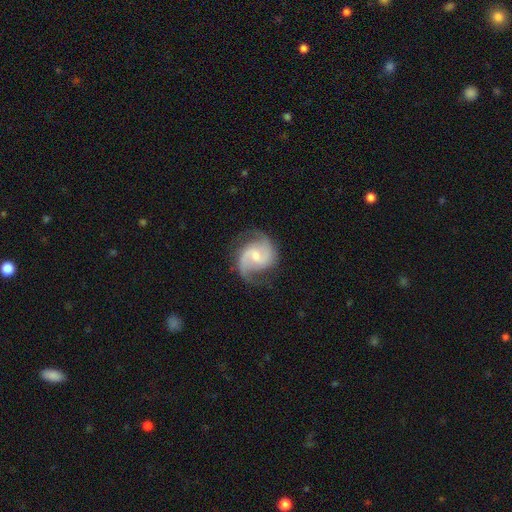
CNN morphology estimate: The model was most divided on "bulge size": small: 46%, moderate: 45%, none: 5%, large: 3%, dominant: 1%. More confident: edge-on disk — no (98%); spiral arms — yes (98%); spiral arm count — 2 (89%); smooth or featured — featured or disk (88%); merging — none (73%); spiral winding — medium (56%); bar — weak (53%).